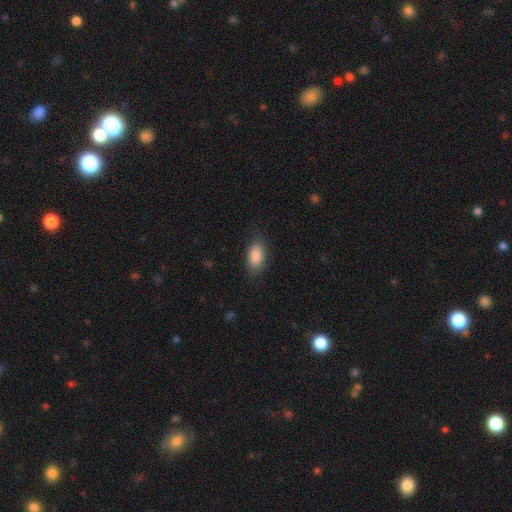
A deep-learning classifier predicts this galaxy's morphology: Smooth or featured?
  - smooth: 88% *
  - star or artifact: 7%
  - featured or disk: 6%
How rounded?
  - in between: 91% *
  - cigar-shaped: 5%
  - round: 4%
Merging?
  - none: 80% *
  - minor disturbance: 15%
  - major disturbance: 4%
  - merger: 1%